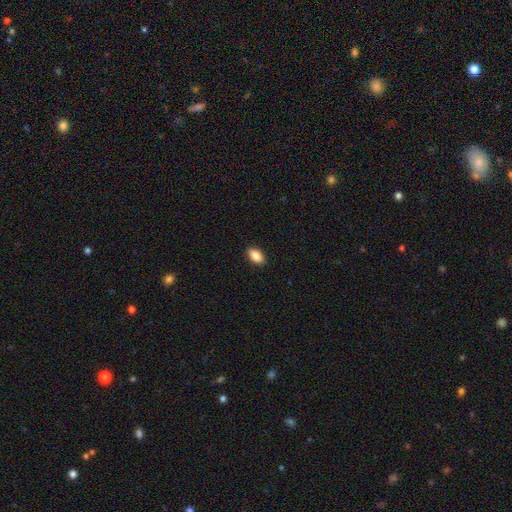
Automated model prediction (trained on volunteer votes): This appears to be a smooth galaxy with no disk features (87%) that is in between round and cigar-shaped (92%). Merging: none (90%).